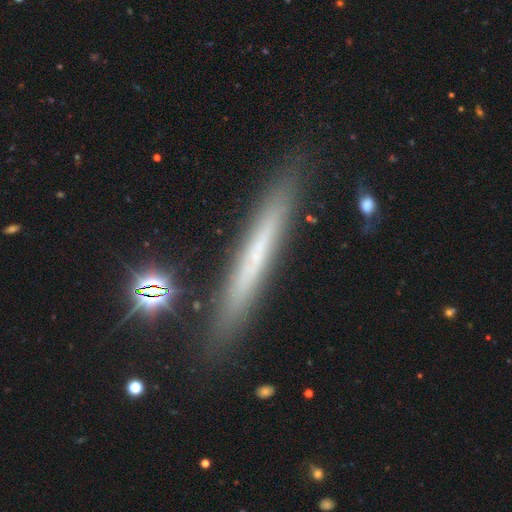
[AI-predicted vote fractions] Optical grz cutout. It shows a featured or disk galaxy (50%). Merging: none (89%).